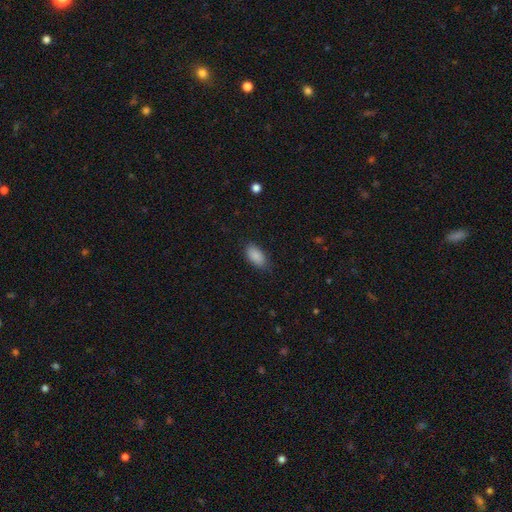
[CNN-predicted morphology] Overall: smooth (89%). How rounded: in between (93%). Merging: none (81%).